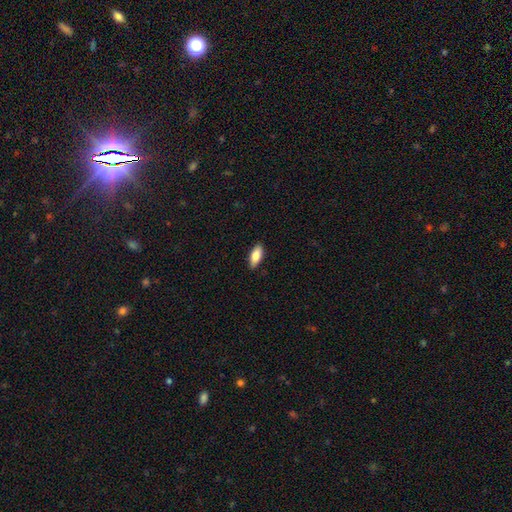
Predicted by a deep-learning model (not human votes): A smooth galaxy with no disk features (83%) that is in between round and cigar-shaped (81%).

Vote fractions:
- Smooth or featured? smooth: 83% / featured or disk: 11% / star or artifact: 6%
- How rounded? in between: 81% / cigar-shaped: 17% / round: 2%
- Merging? none: 88% / minor disturbance: 9% / major disturbance: 2% / merger: 1%